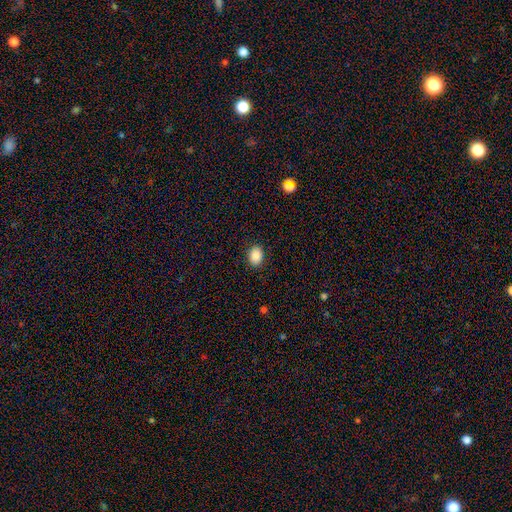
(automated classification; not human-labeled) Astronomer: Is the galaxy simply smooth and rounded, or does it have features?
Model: smooth — 88%.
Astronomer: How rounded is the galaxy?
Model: in between — 65%.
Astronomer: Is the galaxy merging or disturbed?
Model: none — 89%.